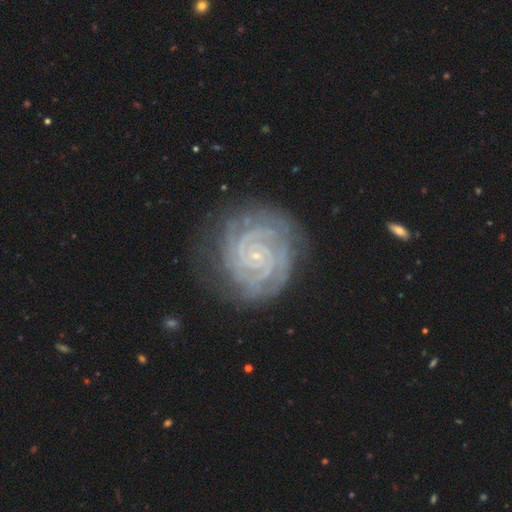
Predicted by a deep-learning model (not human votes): Smooth or featured: featured or disk — 90% (star or artifact — 6%)
Edge-on disk: no — 98% (yes — 2%)
Bar: no — 72% (weak — 19%)
Spiral arms: yes — 98% (no — 2%)
Spiral winding: tight — 86% (medium — 12%)
Spiral arm count: 2 — 34% (3 — 19%)
Bulge size: small — 88% (moderate — 7%)
Merging: none — 79% (minor disturbance — 15%)